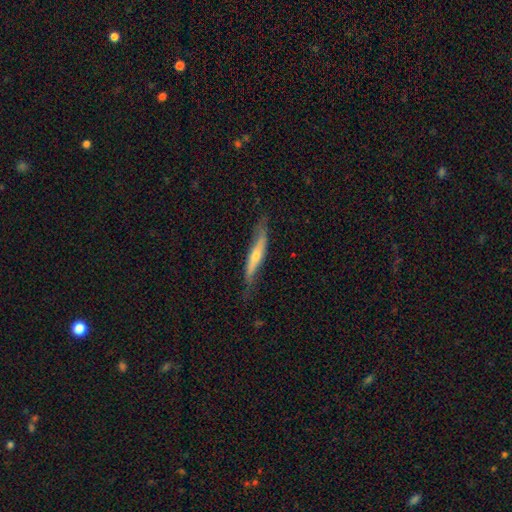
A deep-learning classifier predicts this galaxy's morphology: Smooth or featured?
  - featured or disk: 57% *
  - smooth: 37%
  - star or artifact: 6%
Edge-on disk?
  - yes: 80% *
  - no: 20%
Merging?
  - none: 69% *
  - minor disturbance: 23%
  - major disturbance: 6%
  - merger: 2%